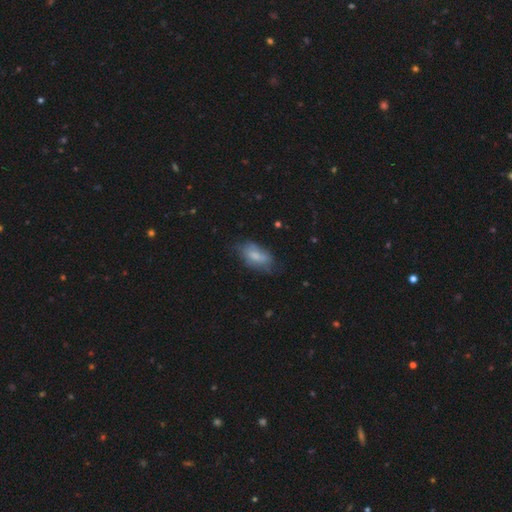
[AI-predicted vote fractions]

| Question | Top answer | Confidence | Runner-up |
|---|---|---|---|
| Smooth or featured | smooth | 68% | featured or disk (25%) |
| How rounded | in between | 89% | cigar-shaped (6%) |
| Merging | none | 55% | minor disturbance (31%) |